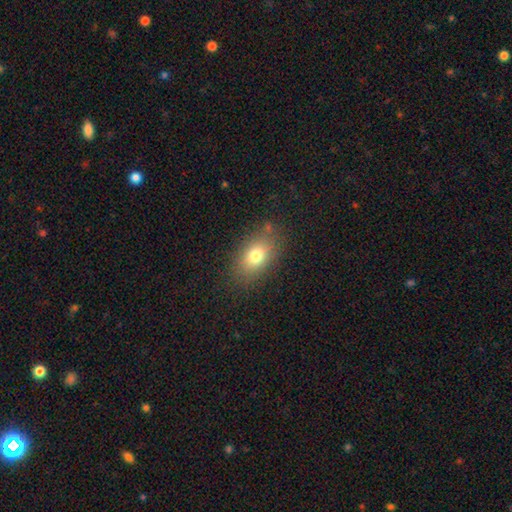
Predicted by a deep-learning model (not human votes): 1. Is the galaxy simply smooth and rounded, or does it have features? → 75% smooth, 14% featured or disk, 11% star or artifact.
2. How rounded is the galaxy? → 81% in between, 16% round, 3% cigar-shaped.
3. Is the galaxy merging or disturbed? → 80% none, 13% minor disturbance, 5% major disturbance, 2% merger.